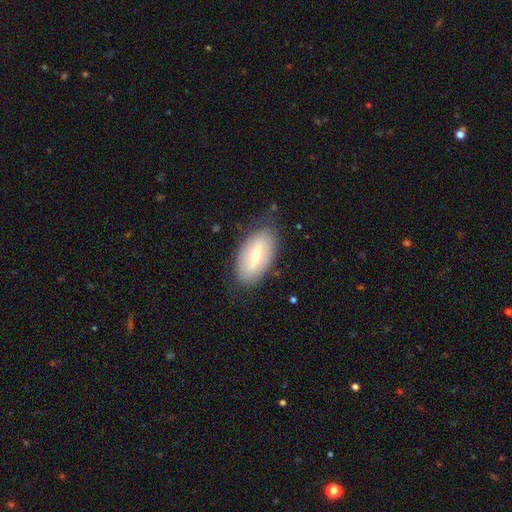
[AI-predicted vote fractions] Morphology: type=smooth (52%); roundness=in between (93%); merging=none (79%).